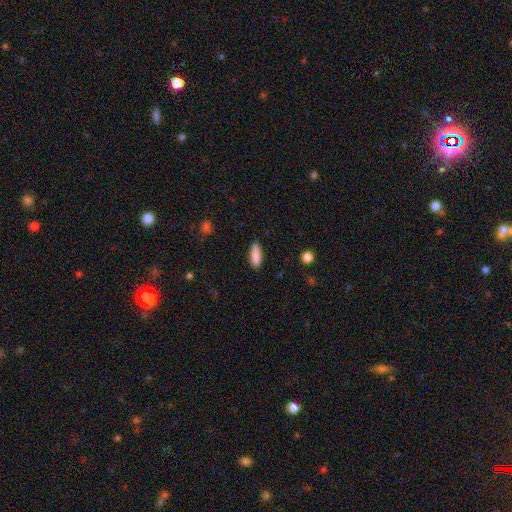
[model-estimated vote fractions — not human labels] A smooth galaxy with no disk features (88%) that is in between round and cigar-shaped (57%). Merging: none (87%).